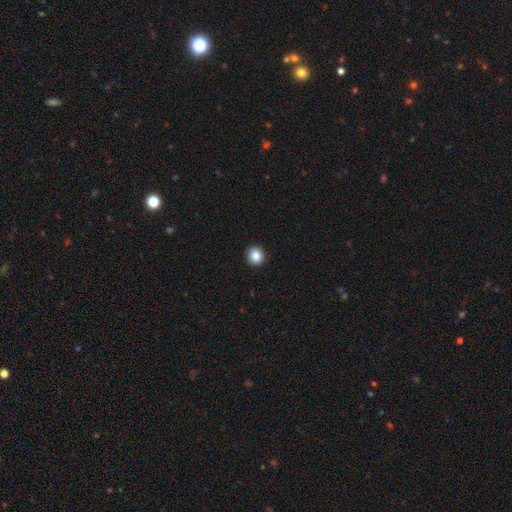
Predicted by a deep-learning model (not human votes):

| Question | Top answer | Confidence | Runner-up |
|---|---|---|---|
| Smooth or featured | smooth | 86% | star or artifact (10%) |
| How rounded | round | 89% | in between (10%) |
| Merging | none | 93% | minor disturbance (5%) |